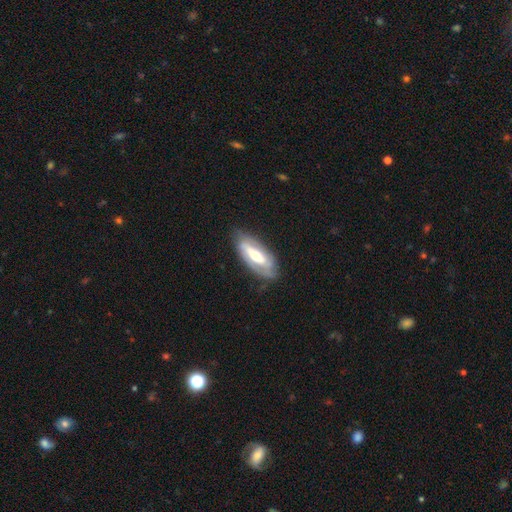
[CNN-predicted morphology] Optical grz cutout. It shows a featured or disk galaxy (64%) with a strong bar (39%), spiral arms (66%) and a moderate central bulge (64%). Merging: none (74%).